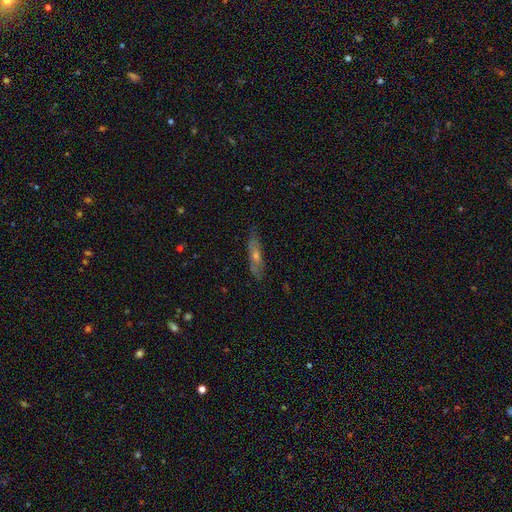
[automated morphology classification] This is possibly a featured or disk galaxy (56%). It is possibly viewed edge-on (59%). Merging: clearly none (81%).